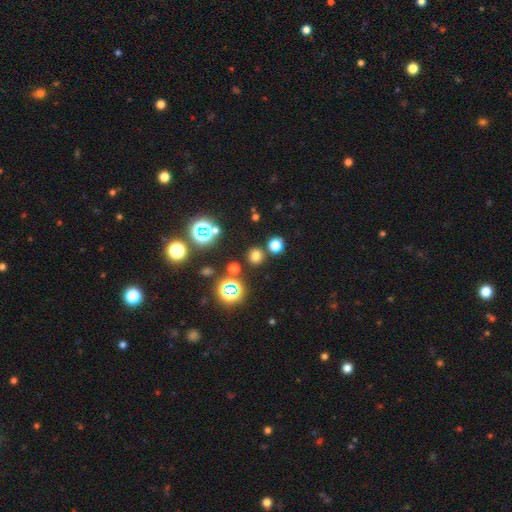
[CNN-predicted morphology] smooth-or-featured: smooth: 67% | star or artifact: 27% | featured or disk: 6%
  how-rounded: round: 88% | in between: 11% | cigar-shaped: 1%
  merging: none: 85% | minor disturbance: 7% | merger: 5% | major disturbance: 3%